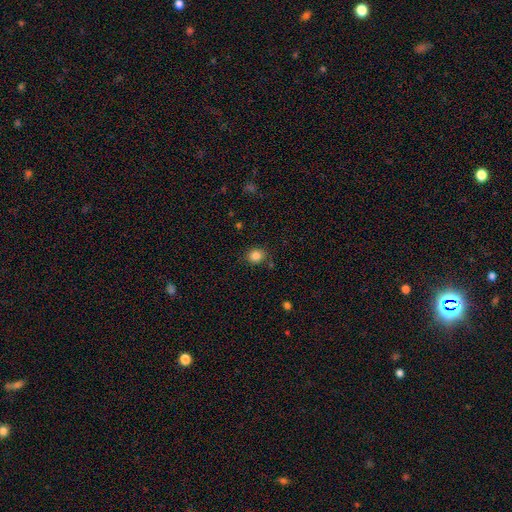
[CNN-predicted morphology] A smooth galaxy with no disk features (85%) that is round (74%).

Vote fractions:
- Smooth or featured? smooth: 85% / star or artifact: 11% / featured or disk: 4%
- How rounded? round: 74% / in between: 25% / cigar-shaped: 1%
- Merging? none: 83% / minor disturbance: 11% / major disturbance: 3% / merger: 3%